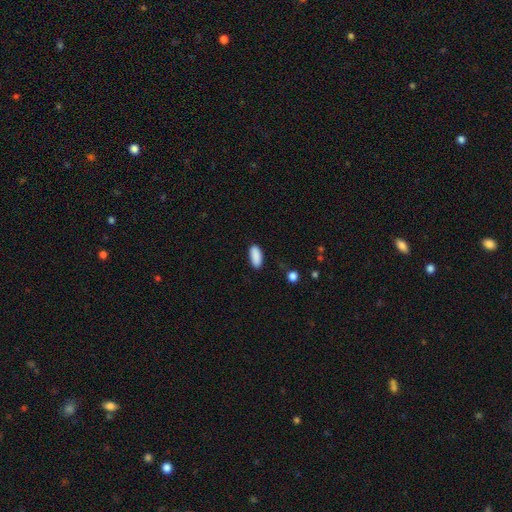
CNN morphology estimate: Q: Smooth or featured?
A: smooth (90%); runner-up: star or artifact (7%)
Q: How rounded?
A: in between (82%); runner-up: cigar-shaped (16%)
Q: Merging?
A: none (86%); runner-up: minor disturbance (10%)